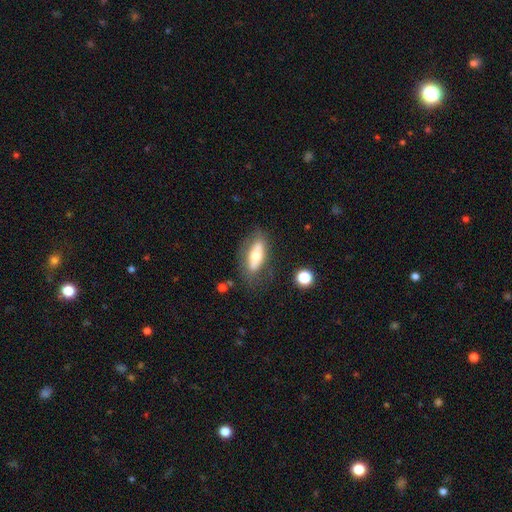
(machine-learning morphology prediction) smooth 54%, featured or disk 39%, star or artifact 7%. Down the decision tree: how rounded — in between (67%); merging — none (72%).